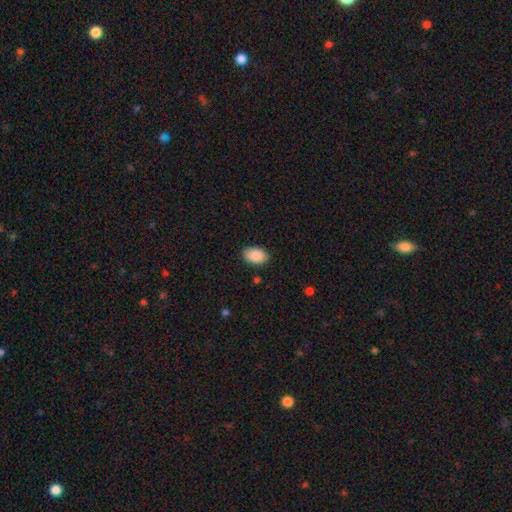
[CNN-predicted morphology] type=smooth (89%); roundness=in between (89%); merging=none (88%).